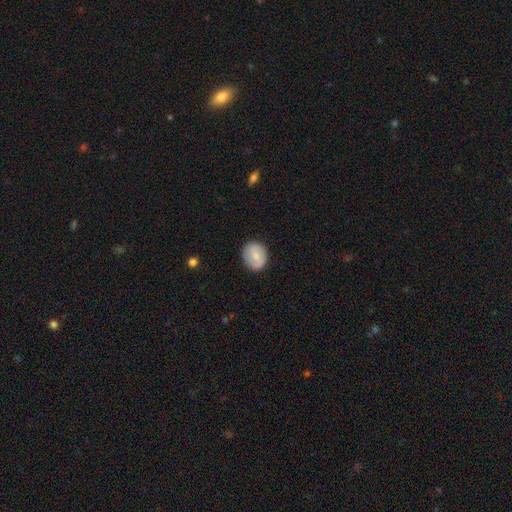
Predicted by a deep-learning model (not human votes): Overall: smooth (64%; featured or disk 29%). How rounded: round (62%; in between 37%). Merging: none (83%).